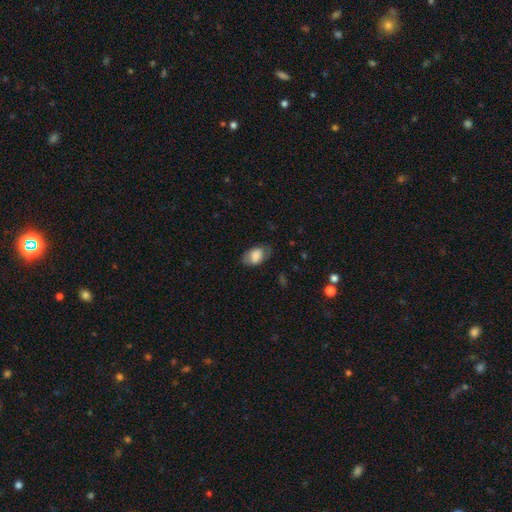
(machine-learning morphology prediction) Q: Smooth or featured?
A: smooth (74%); runner-up: featured or disk (18%)
Q: How rounded?
A: in between (89%); runner-up: round (10%)
Q: Merging?
A: none (67%); runner-up: minor disturbance (22%)